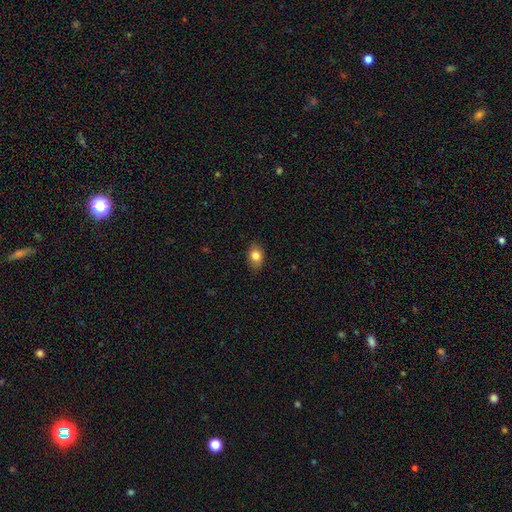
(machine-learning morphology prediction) smooth_or_featured: smooth (p=0.82) [alt: featured or disk p=0.09]
how_rounded: in between (p=0.80) [alt: round p=0.18]
merging: none (p=0.85) [alt: minor disturbance p=0.12]